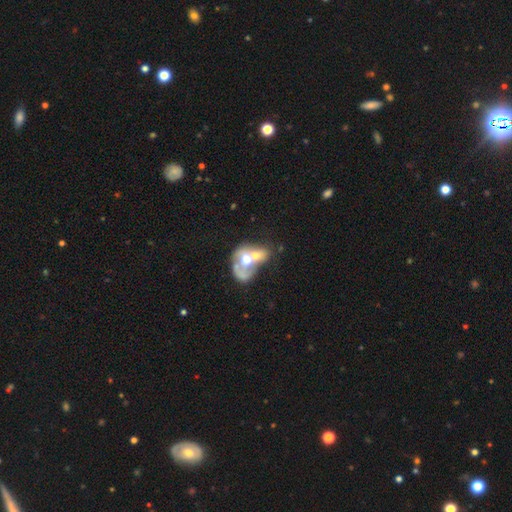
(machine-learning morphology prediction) A featured or disk galaxy (50%). Merging: merger (75%).